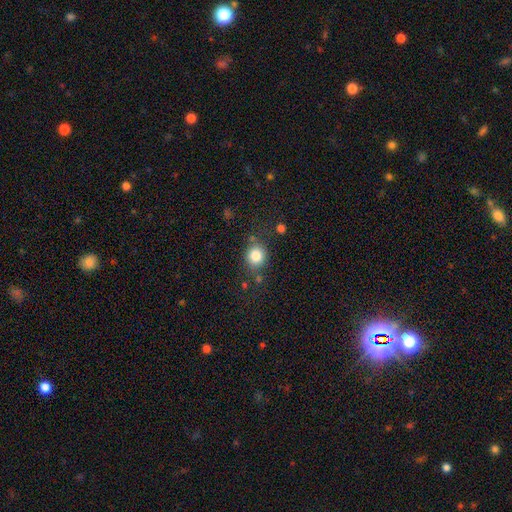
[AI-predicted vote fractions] A smooth galaxy with no disk features (82%) that is round (80%). Merging: none (77%).